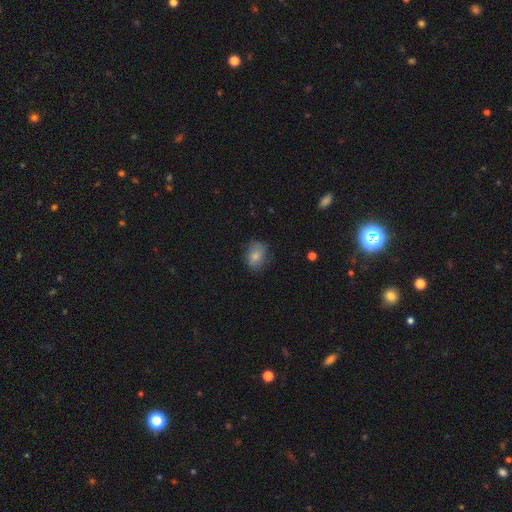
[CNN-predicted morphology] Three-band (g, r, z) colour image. It shows a smooth galaxy with no disk features (78%) that is in between round and cigar-shaped (73%). Merging: none (72%).